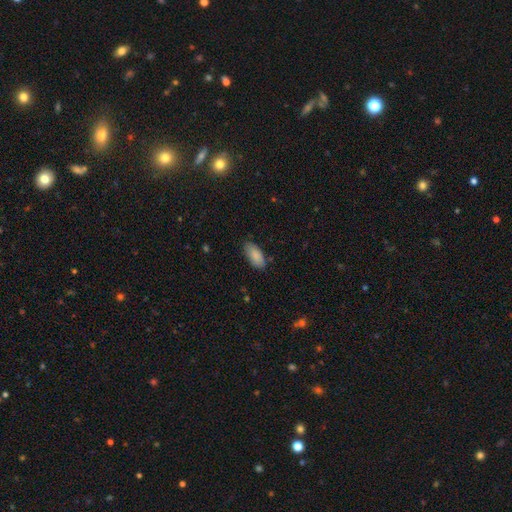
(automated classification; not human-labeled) Q: Smooth or featured?
A: smooth (88%); runner-up: star or artifact (6%)
Q: How rounded?
A: in between (90%); runner-up: cigar-shaped (8%)
Q: Merging?
A: none (80%); runner-up: minor disturbance (16%)